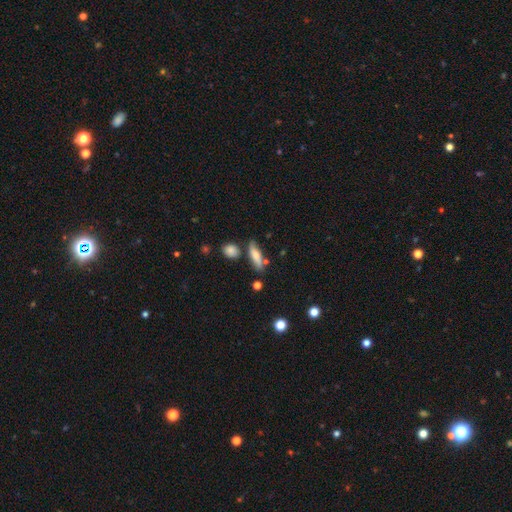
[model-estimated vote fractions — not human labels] This appears to be a smooth galaxy with no disk features (66%) that is cigar-shaped (55%). Merging: none (65%).